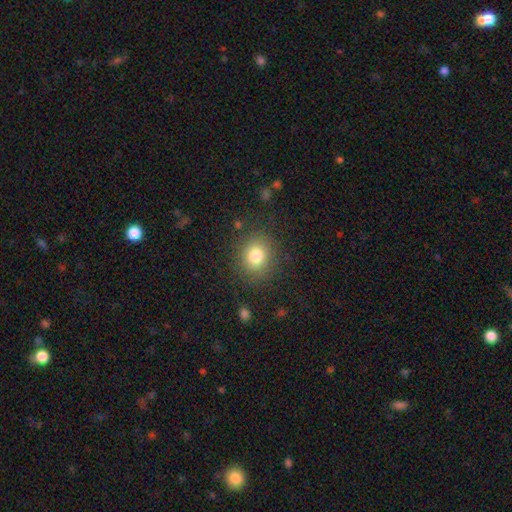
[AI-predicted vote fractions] The model was most divided on "how rounded": round: 72%, in between: 27%, cigar-shaped: 1%. More confident: merging — none (84%); smooth or featured — smooth (81%).